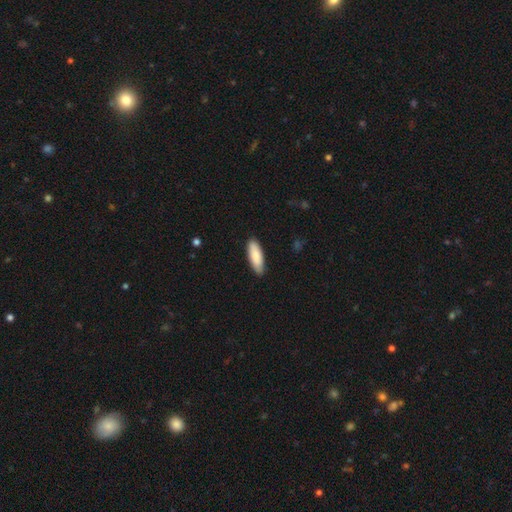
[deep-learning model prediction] Q: Smooth or featured?
A: smooth (86%); runner-up: featured or disk (9%)
Q: How rounded?
A: in between (62%); runner-up: cigar-shaped (36%)
Q: Merging?
A: none (87%); runner-up: minor disturbance (11%)